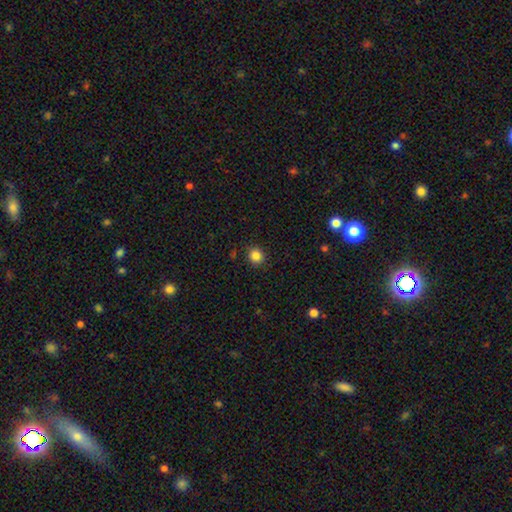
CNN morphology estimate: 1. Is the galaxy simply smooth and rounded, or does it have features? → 85% smooth, 11% star or artifact, 4% featured or disk.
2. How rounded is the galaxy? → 83% round, 16% in between, 1% cigar-shaped.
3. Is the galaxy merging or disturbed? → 89% none, 7% minor disturbance, 2% major disturbance, 1% merger.